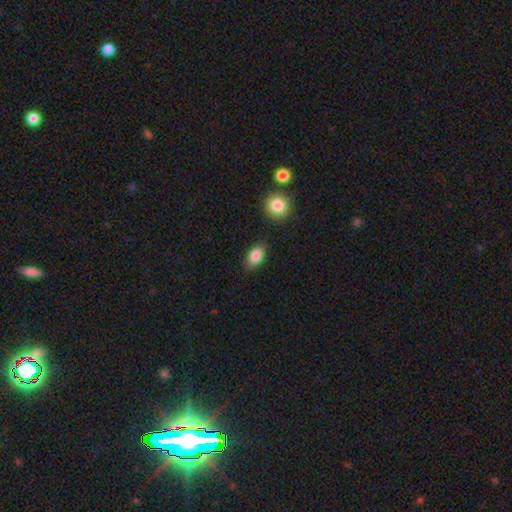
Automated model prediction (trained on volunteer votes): Smooth or featured: smooth — 85% (star or artifact — 8%)
How rounded: in between — 86% (round — 11%)
Merging: none — 83% (minor disturbance — 11%)